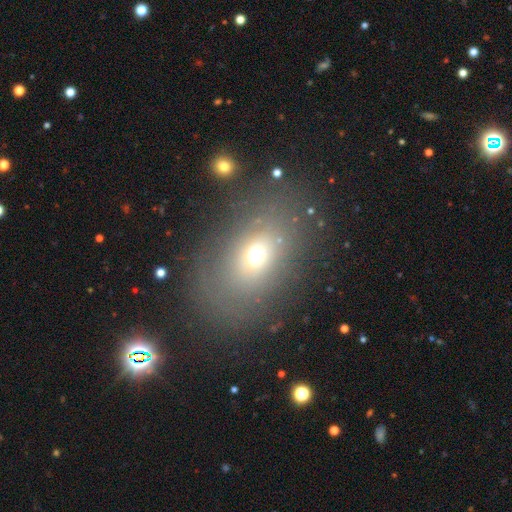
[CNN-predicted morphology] type=smooth (61%); roundness=in between (71%); merging=none (75%).